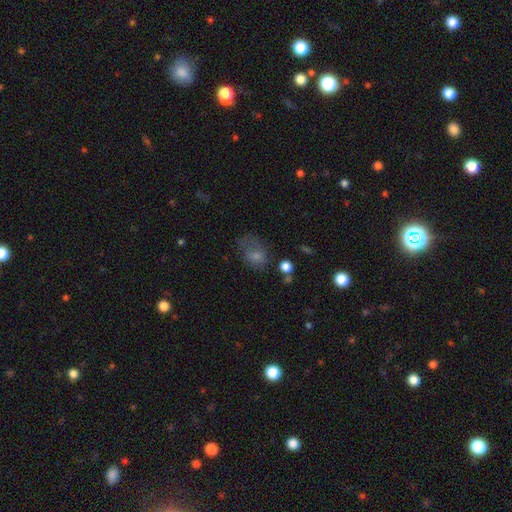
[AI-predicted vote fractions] Smooth or featured?
  - smooth: 56% *
  - star or artifact: 23%
  - featured or disk: 21%
How rounded?
  - in between: 67% *
  - round: 32%
  - cigar-shaped: 2%
Merging?
  - none: 45% *
  - major disturbance: 26%
  - minor disturbance: 25%
  - merger: 4%